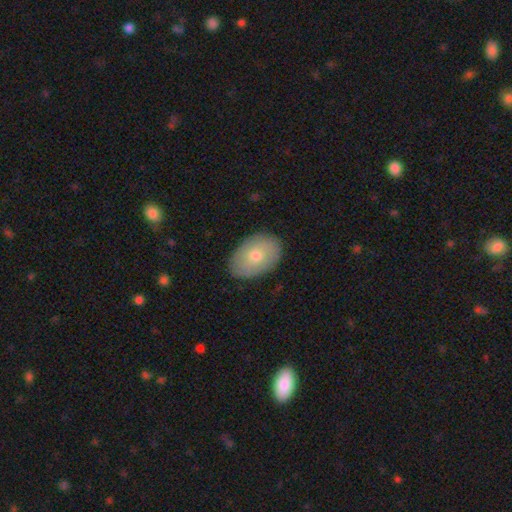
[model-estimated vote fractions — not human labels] smooth_or_featured: smooth (p=0.71) [alt: featured or disk p=0.23]
how_rounded: in between (p=0.86) [alt: round p=0.13]
merging: none (p=0.86) [alt: minor disturbance p=0.11]